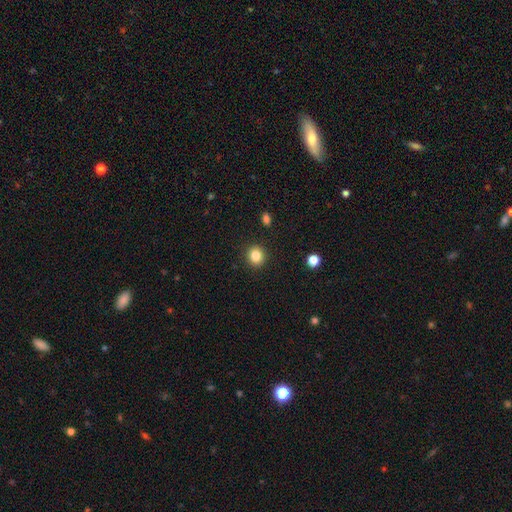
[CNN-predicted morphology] A smooth galaxy with no disk features (84%) that is round (82%).

Vote fractions:
- Smooth or featured? smooth: 84% / star or artifact: 11% / featured or disk: 5%
- How rounded? round: 82% / in between: 17% / cigar-shaped: 1%
- Merging? none: 91% / minor disturbance: 6% / major disturbance: 2% / merger: 1%